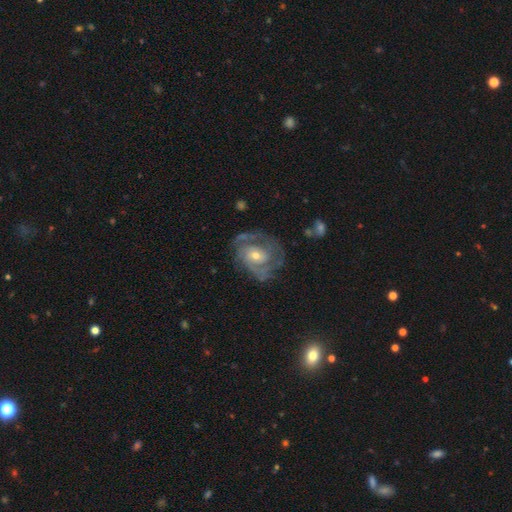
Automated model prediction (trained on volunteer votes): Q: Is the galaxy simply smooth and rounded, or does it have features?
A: featured or disk — 85%.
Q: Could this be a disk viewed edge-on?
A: no — 97%.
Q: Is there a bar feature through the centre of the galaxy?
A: no — 65%.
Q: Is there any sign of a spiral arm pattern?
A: yes — 92%.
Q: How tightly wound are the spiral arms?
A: tight — 51%.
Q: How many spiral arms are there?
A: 2 — 40%.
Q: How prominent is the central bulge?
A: moderate — 49%.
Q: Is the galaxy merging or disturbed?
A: none — 64%.